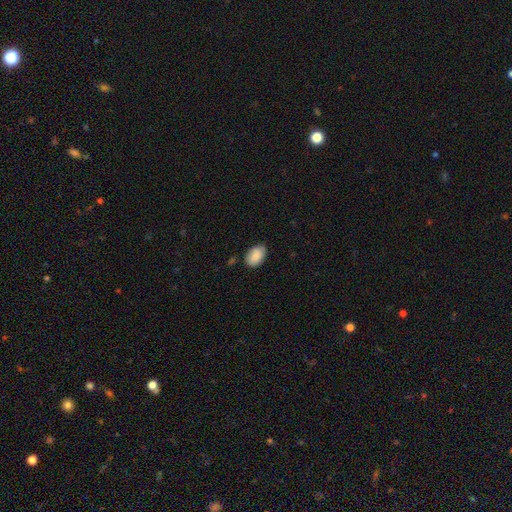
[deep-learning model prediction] Smooth or featured: smooth — 88% (star or artifact — 6%)
How rounded: in between — 90% (round — 9%)
Merging: none — 77% (minor disturbance — 19%)